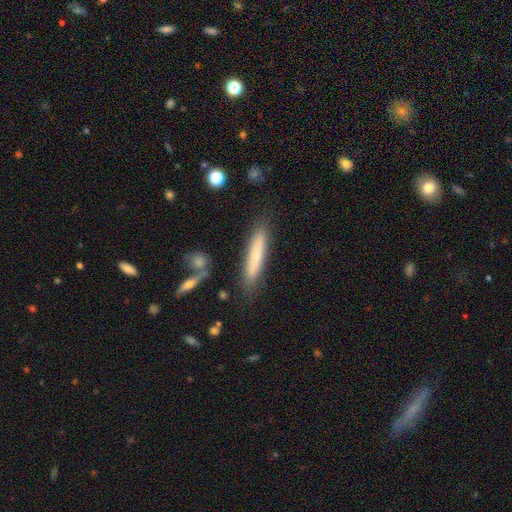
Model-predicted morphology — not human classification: smooth_or_featured: smooth (p=0.72) [alt: featured or disk p=0.21]
how_rounded: cigar-shaped (p=0.90) [alt: in between p=0.08]
merging: none (p=0.84) [alt: minor disturbance p=0.11]